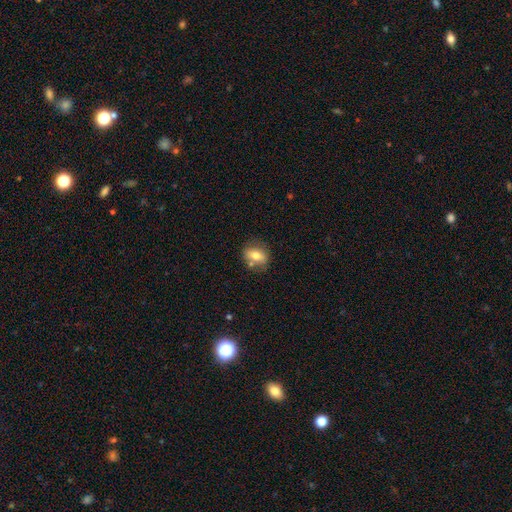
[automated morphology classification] This appears to be a smooth galaxy with no disk features (67%) that is in between round and cigar-shaped (65%). Merging: none (71%).